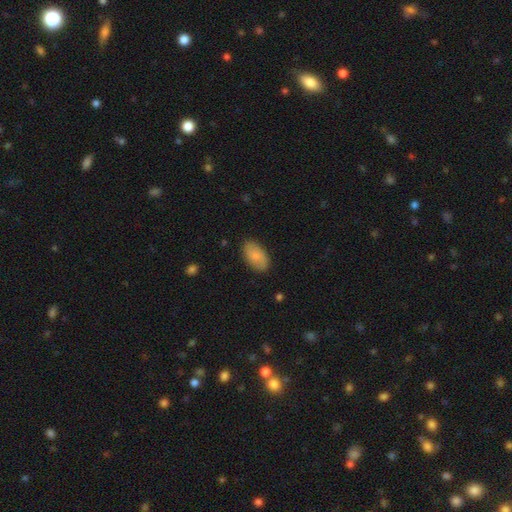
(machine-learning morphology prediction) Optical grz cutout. It shows a smooth galaxy with no disk features (78%) that is in between round and cigar-shaped (94%). Merging: none (85%).